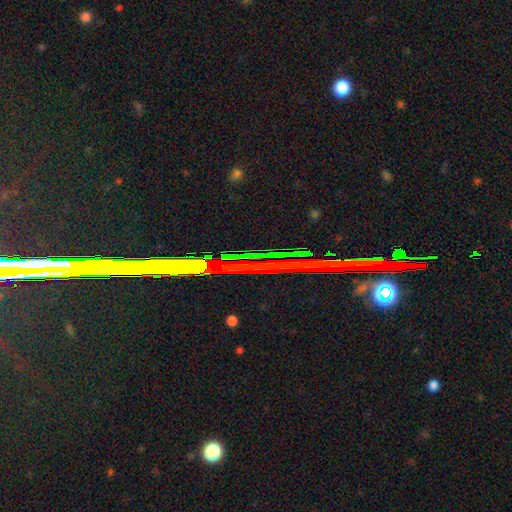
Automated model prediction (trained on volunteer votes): smooth-or-featured: star or artifact: 76% | featured or disk: 15% | smooth: 9%